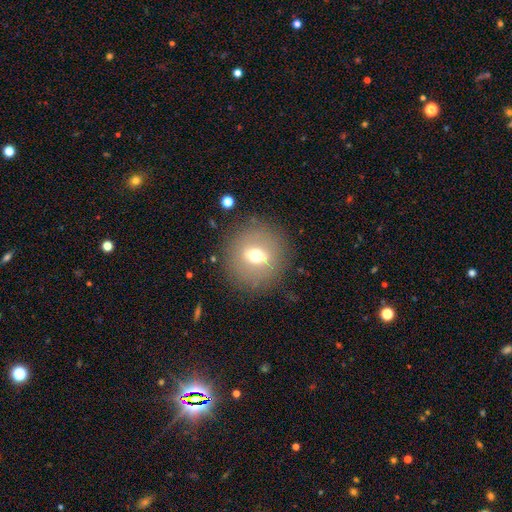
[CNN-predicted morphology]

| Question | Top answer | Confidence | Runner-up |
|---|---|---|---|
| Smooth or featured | smooth | 50% | featured or disk (39%) |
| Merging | none | 83% | minor disturbance (10%) |